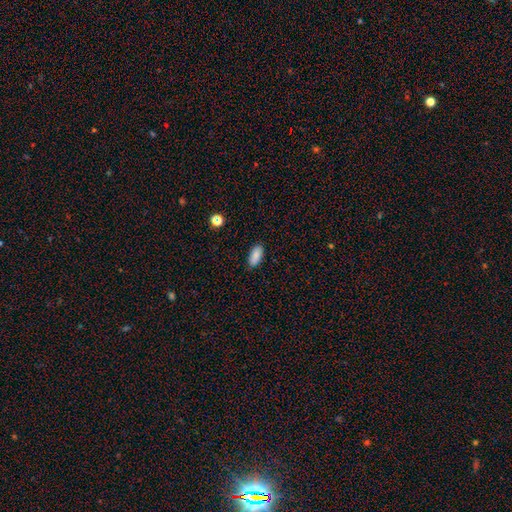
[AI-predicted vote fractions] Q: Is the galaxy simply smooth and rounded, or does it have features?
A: smooth — 86%.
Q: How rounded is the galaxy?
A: in between — 91%.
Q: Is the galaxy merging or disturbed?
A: none — 87%.